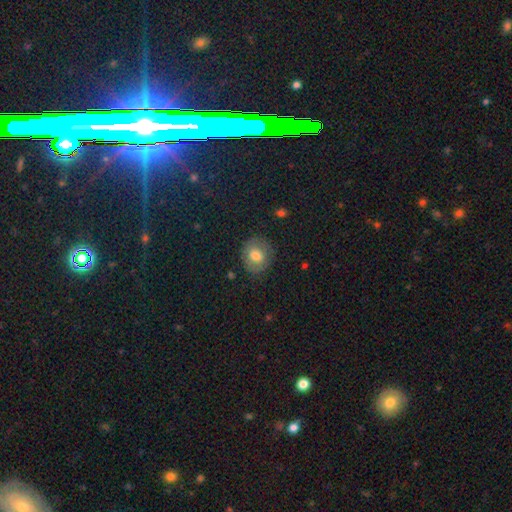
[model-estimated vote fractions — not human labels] This is likely a smooth galaxy (71%). How rounded: likely round (70%). Merging: likely none (79%).